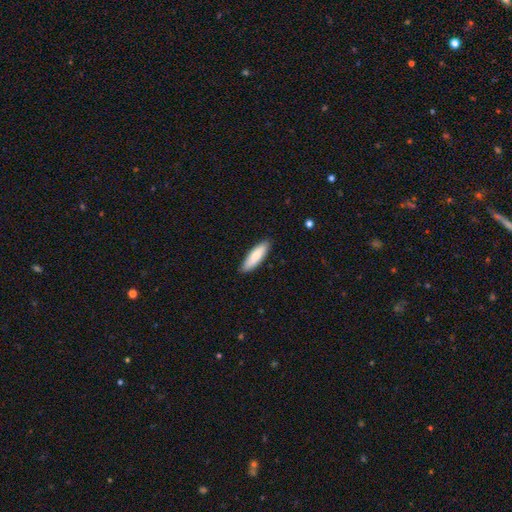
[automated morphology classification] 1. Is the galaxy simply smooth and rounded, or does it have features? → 82% smooth, 12% featured or disk, 5% star or artifact.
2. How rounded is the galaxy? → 53% cigar-shaped, 45% in between, 1% round.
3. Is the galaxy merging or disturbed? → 88% none, 9% minor disturbance, 2% major disturbance, 1% merger.